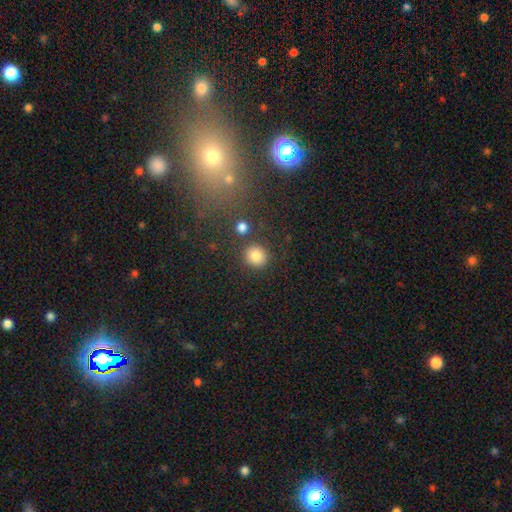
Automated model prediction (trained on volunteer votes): A smooth galaxy with no disk features (83%) that is round (91%).

Vote fractions:
- Smooth or featured? smooth: 83% / star or artifact: 11% / featured or disk: 5%
- How rounded? round: 91% / in between: 8% / cigar-shaped: 1%
- Merging? none: 82% / minor disturbance: 8% / merger: 6% / major disturbance: 3%